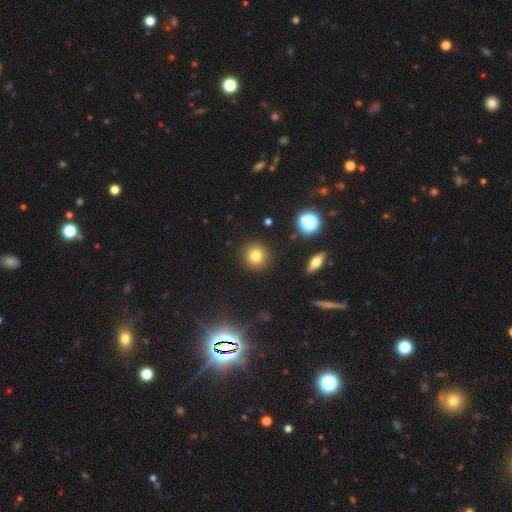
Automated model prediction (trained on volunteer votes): This is likely a smooth galaxy (79%). How rounded: clearly round (92%). Merging: clearly none (91%).